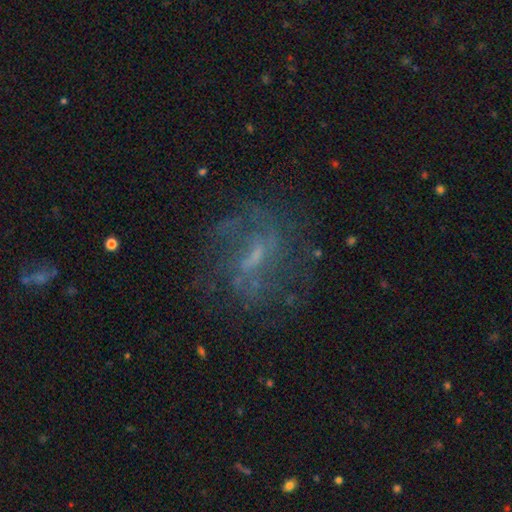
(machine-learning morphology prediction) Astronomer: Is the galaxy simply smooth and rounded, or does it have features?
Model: featured or disk — 69%.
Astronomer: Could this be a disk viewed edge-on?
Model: no — 93%.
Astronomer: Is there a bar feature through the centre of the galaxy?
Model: weak — 50% (runner-up: no, 25%).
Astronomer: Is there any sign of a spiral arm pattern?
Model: yes — 69%.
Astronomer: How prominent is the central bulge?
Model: small — 52%.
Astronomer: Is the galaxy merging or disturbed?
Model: none — 67%.